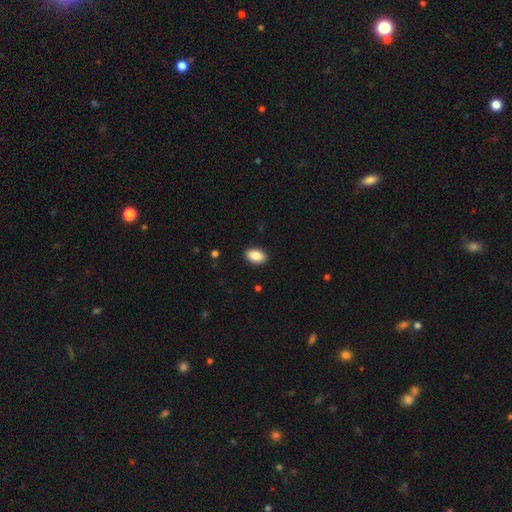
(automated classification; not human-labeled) This appears to be a smooth galaxy with no disk features (89%) that is in between round and cigar-shaped (91%). Merging: none (90%).